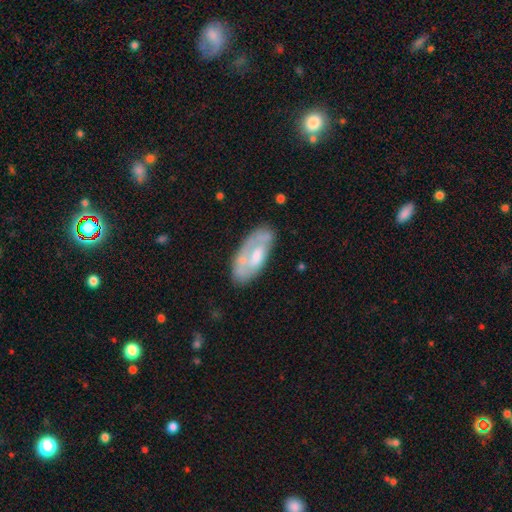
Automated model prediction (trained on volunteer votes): Smooth or featured: featured or disk — 53% (smooth — 41%)
Edge-on disk: no — 88% (yes — 12%)
Merging: none — 62% (minor disturbance — 24%)